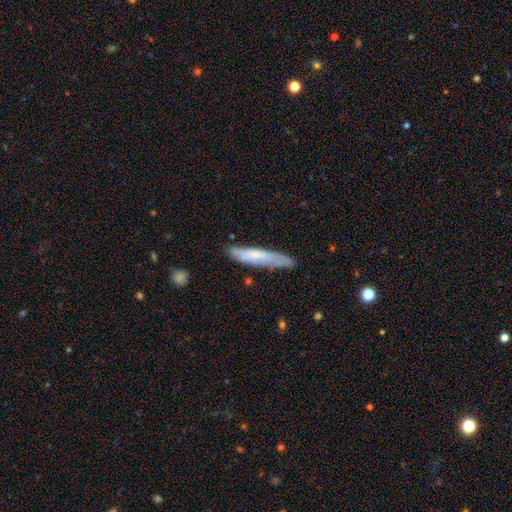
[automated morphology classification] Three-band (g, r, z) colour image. It shows a smooth galaxy with no disk features (57%) that is cigar-shaped (87%). Merging: none (73%).